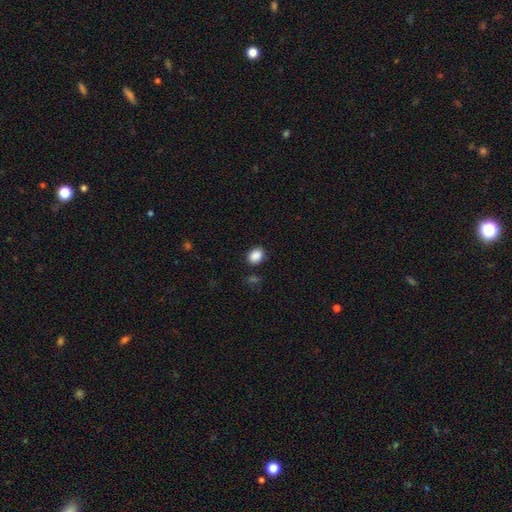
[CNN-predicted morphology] smooth 88%, star or artifact 9%, featured or disk 3%. Down the decision tree: how rounded — in between (60%); merging — none (83%).